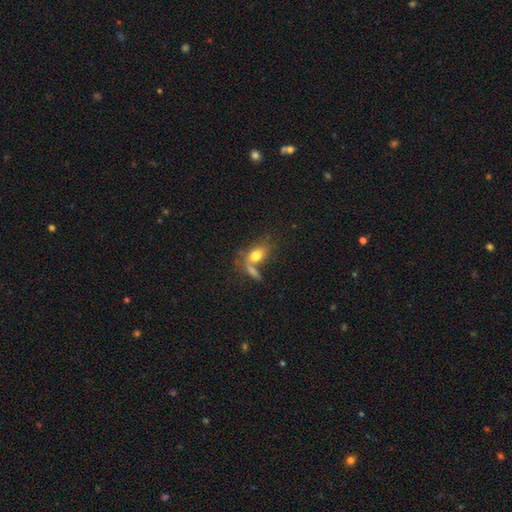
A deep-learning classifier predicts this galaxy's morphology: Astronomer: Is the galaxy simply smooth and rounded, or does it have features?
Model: smooth — 75%.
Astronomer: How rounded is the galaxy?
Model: in between — 79%.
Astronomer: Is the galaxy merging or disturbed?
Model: none — 40% (runner-up: merger, 36%).